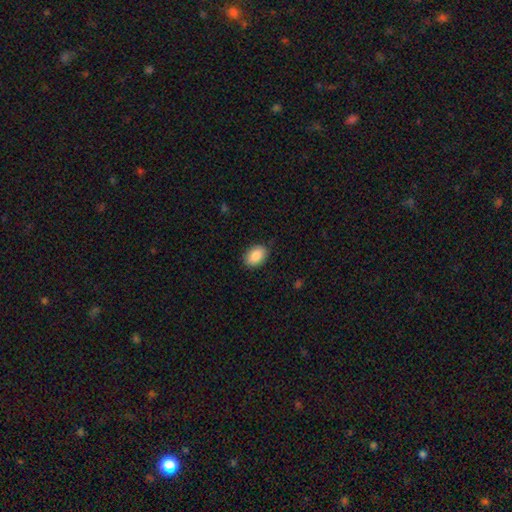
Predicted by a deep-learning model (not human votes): Smooth or featured? Predicted: smooth (p=0.87). How rounded? Predicted: in between (p=0.88). Merging? Predicted: none (p=0.87).